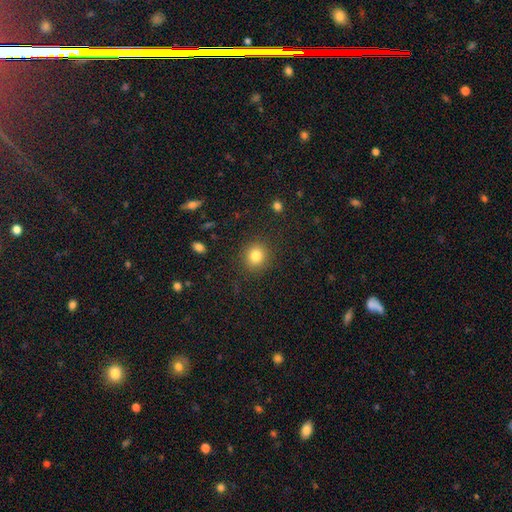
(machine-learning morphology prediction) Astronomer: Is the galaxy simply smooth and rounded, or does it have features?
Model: smooth — 82%.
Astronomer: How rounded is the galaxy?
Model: round — 84%.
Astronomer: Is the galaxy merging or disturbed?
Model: none — 88%.